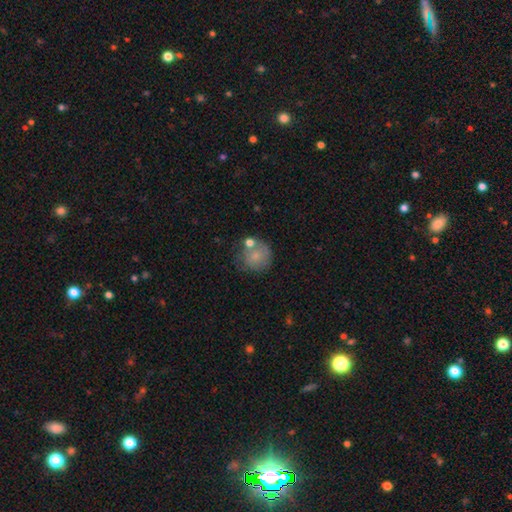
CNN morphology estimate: smooth 72%, featured or disk 19%, star or artifact 9%. Down the decision tree: how rounded — round (88%); merging — none (55%).